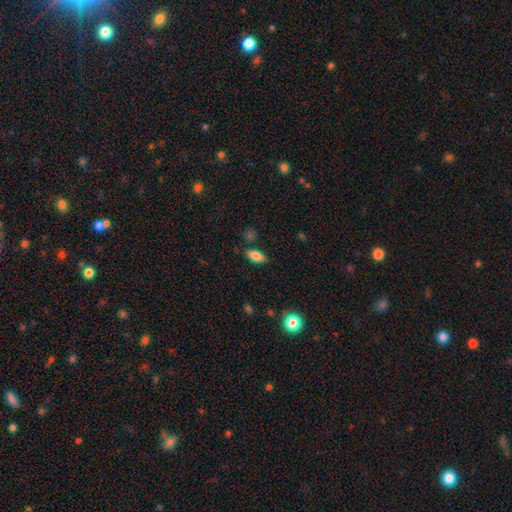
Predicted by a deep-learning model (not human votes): This is clearly a smooth galaxy (82%). How rounded: clearly in between (88%). Merging: clearly none (81%).